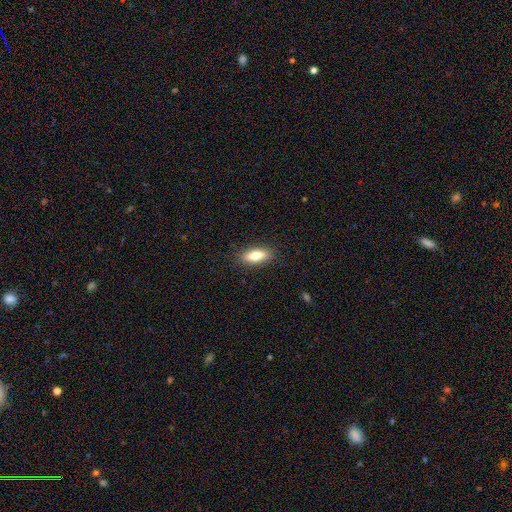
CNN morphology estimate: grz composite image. It shows a smooth galaxy with no disk features (72%) that is in between round and cigar-shaped (72%). Merging: none (88%).